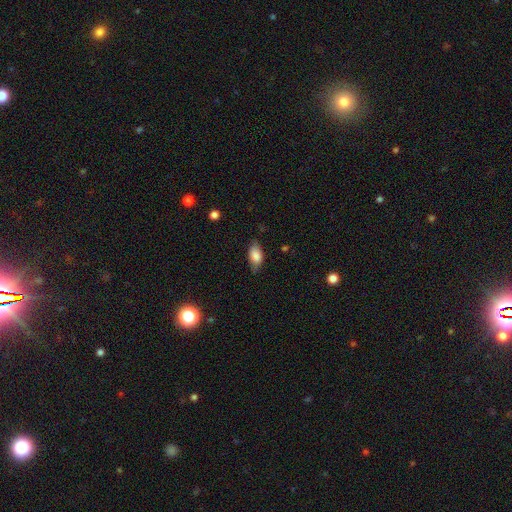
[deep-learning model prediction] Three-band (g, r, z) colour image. It shows a smooth galaxy with no disk features (78%) that is in between round and cigar-shaped (88%). Merging: none (70%).